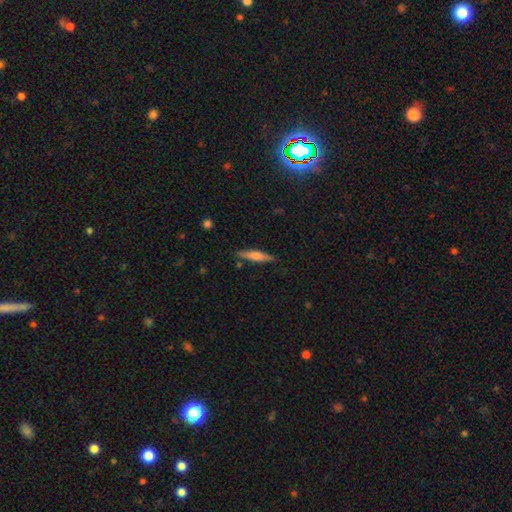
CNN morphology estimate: Smooth or featured: smooth — 54% (featured or disk — 39%)
How rounded: cigar-shaped — 88% (in between — 10%)
Merging: none — 88% (minor disturbance — 9%)